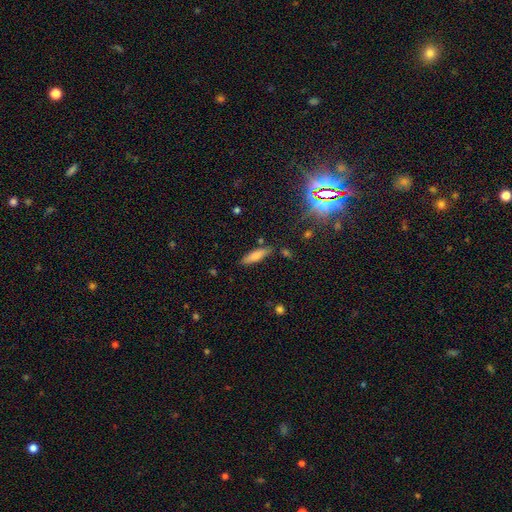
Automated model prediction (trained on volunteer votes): Smooth or featured? Predicted: smooth (p=0.71). How rounded? Predicted: cigar-shaped (p=0.64). Merging? Predicted: none (p=0.81).